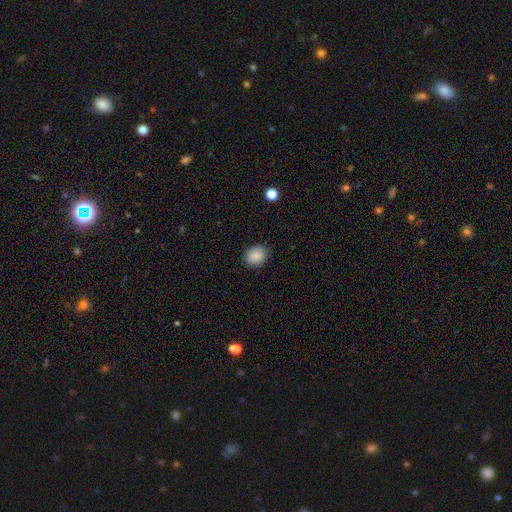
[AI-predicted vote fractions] Morphology: type=smooth (87%); roundness=round (54%); merging=none (88%).